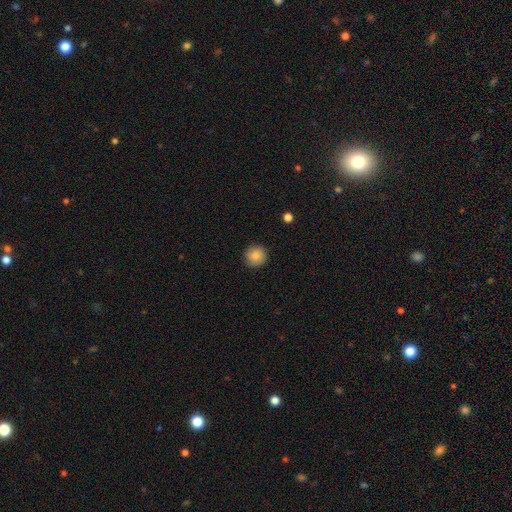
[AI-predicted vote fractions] Smooth or featured? smooth (84%)
How rounded? round (93%)
Merging? none (85%)